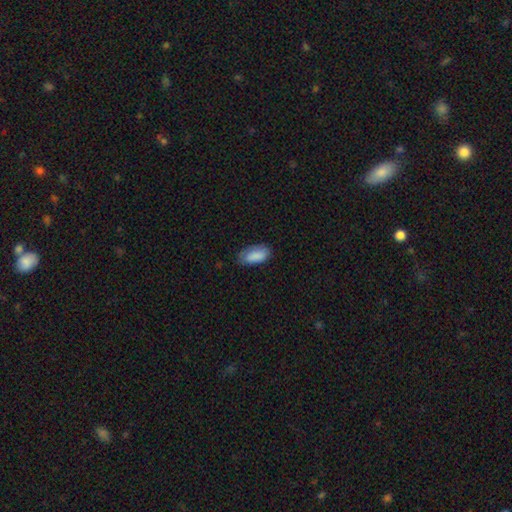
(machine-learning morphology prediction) Q: Smooth or featured?
A: smooth (87%); runner-up: featured or disk (7%)
Q: How rounded?
A: in between (91%); runner-up: cigar-shaped (7%)
Q: Merging?
A: none (69%); runner-up: minor disturbance (25%)